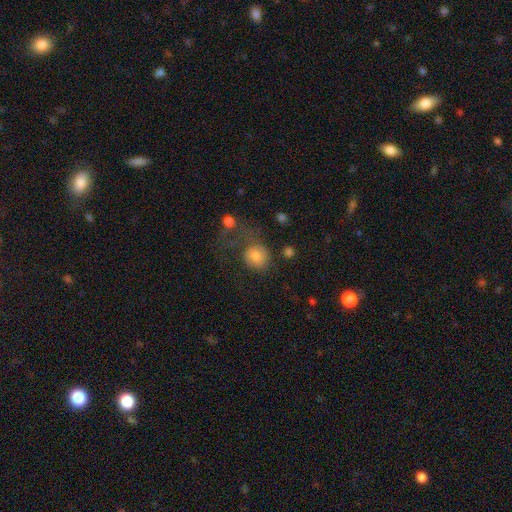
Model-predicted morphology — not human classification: Smooth or featured? smooth (72%)
How rounded? round (69%)
Merging? none (39%)